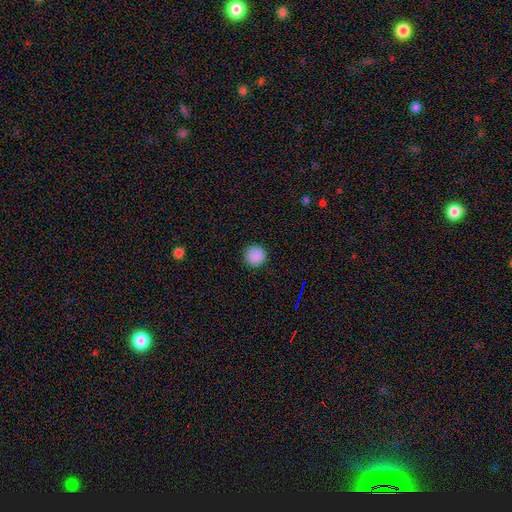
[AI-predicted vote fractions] smooth 88%, star or artifact 9%, featured or disk 3%. Down the decision tree: how rounded — round (95%); merging — none (91%).